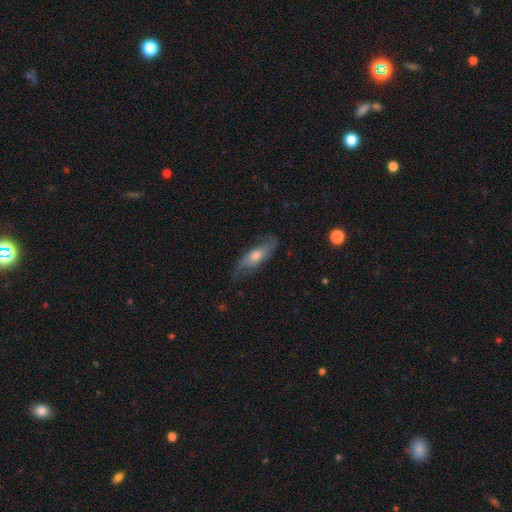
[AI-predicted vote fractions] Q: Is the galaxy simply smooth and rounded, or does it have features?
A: featured or disk — 56%.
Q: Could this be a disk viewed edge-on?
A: no — 68%.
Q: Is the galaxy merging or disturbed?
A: none — 71%.